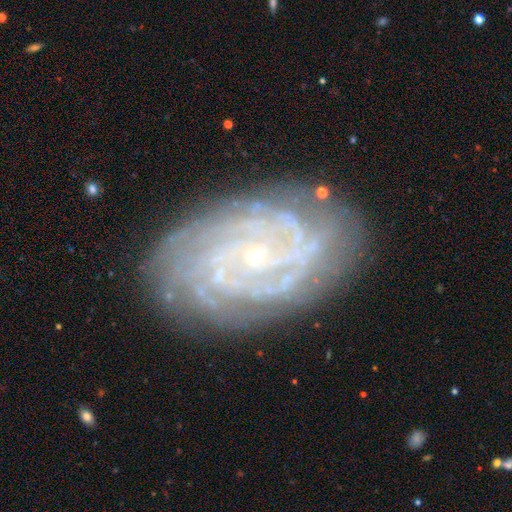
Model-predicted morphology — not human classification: featured or disk 88%, smooth 6%, star or artifact 6%. Down the decision tree: edge-on disk — no (96%); bar — no (72%); spiral arms — yes (97%); spiral arm count — can't tell (24%); spiral winding — tight (79%); bulge size — small (85%); merging — none (81%).